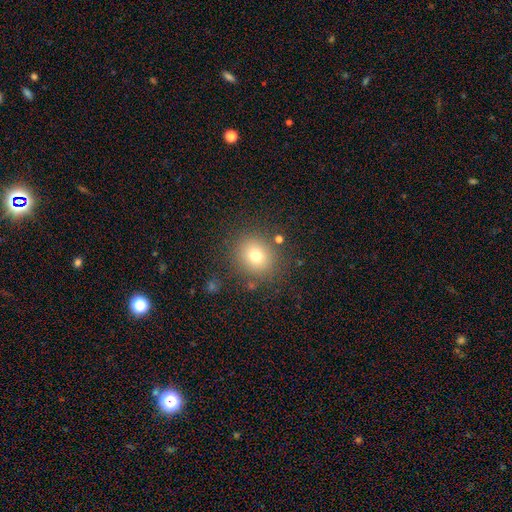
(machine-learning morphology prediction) Smooth or featured?
  - smooth: 73% *
  - star or artifact: 15%
  - featured or disk: 11%
How rounded?
  - round: 85% *
  - in between: 14%
  - cigar-shaped: 1%
Merging?
  - none: 84% *
  - minor disturbance: 9%
  - major disturbance: 4%
  - merger: 3%